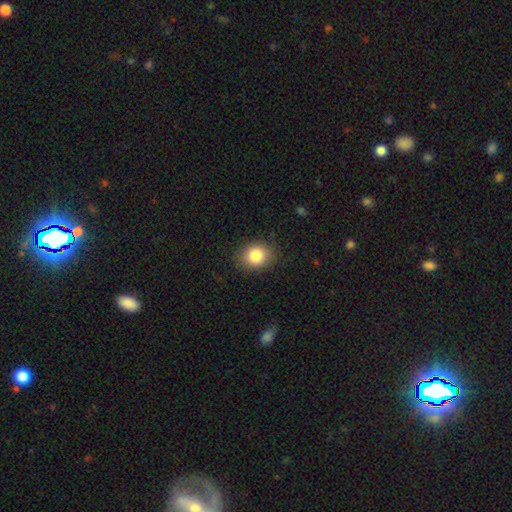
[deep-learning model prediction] This is clearly a smooth galaxy (85%). How rounded: possibly round (56%). Merging: clearly none (87%).